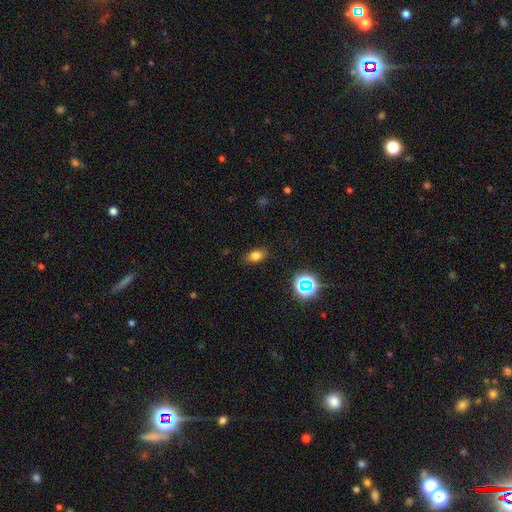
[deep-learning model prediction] Smooth or featured?
  - smooth: 75% *
  - star or artifact: 17%
  - featured or disk: 7%
How rounded?
  - in between: 77% *
  - round: 21%
  - cigar-shaped: 2%
Merging?
  - none: 84% *
  - minor disturbance: 12%
  - major disturbance: 3%
  - merger: 1%